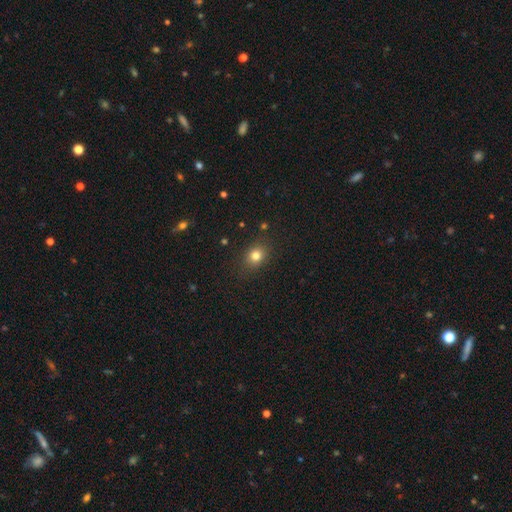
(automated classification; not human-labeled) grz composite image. It shows a smooth galaxy with no disk features (79%) that is round (51%). Merging: none (84%).